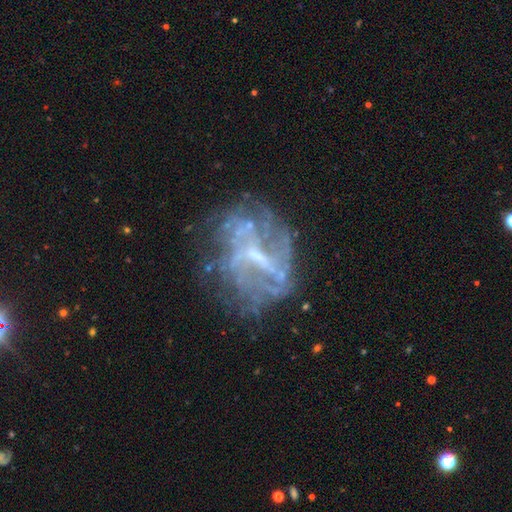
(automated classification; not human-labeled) The model was most divided on "spiral arms": yes: 56%, no: 44%. Remaining: edge-on disk — no (97%); smooth or featured — featured or disk (77%); merging — none (53%); bar — weak (48%); bulge size — small (45%).